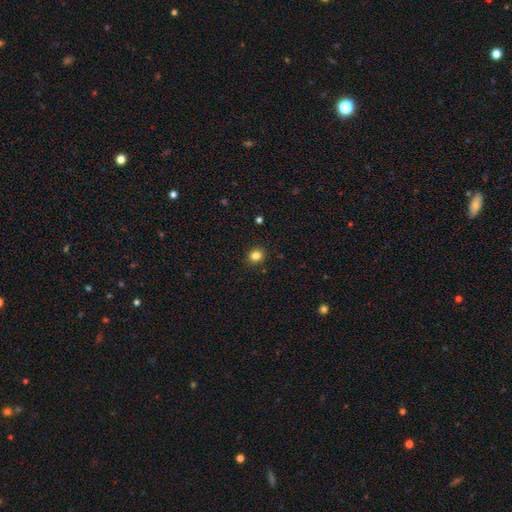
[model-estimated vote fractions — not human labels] This appears to be a smooth galaxy with no disk features (84%) that is round (76%). Merging: none (91%).